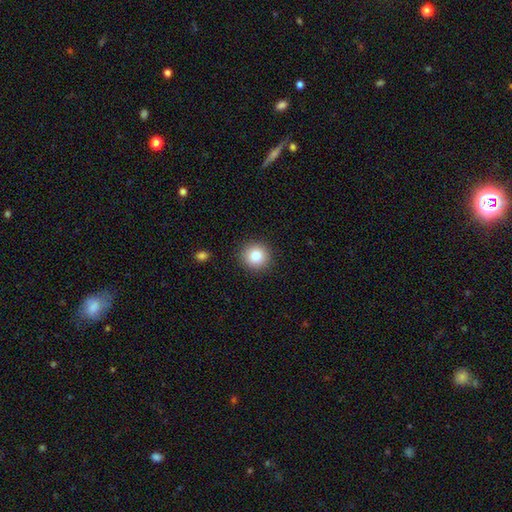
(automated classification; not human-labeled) This appears to be a smooth galaxy with no disk features (85%) that is round (93%). Merging: none (91%).